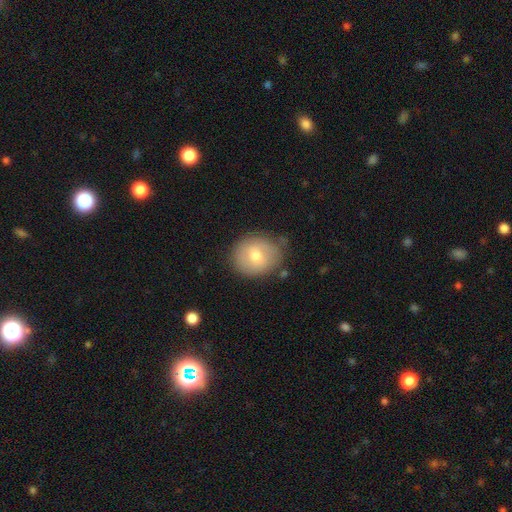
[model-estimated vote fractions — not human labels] Overall: smooth (66%). How rounded: round (76%). Merging: none (72%).